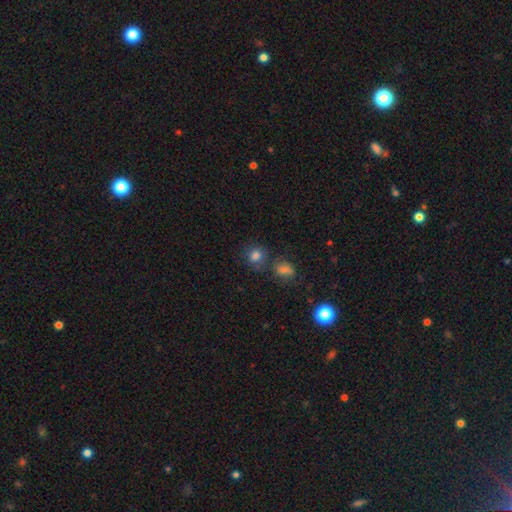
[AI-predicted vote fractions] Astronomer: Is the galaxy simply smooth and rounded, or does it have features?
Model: smooth — 78%.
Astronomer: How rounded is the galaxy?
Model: round — 74%.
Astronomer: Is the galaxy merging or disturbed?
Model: none — 62%.